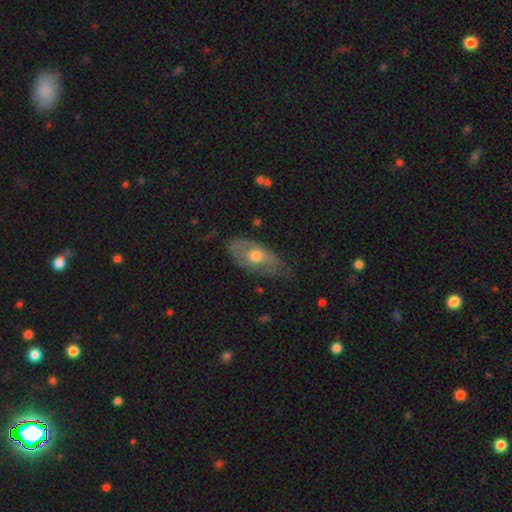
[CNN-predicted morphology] This appears to be a featured or disk galaxy (50%). Merging: none (59%).